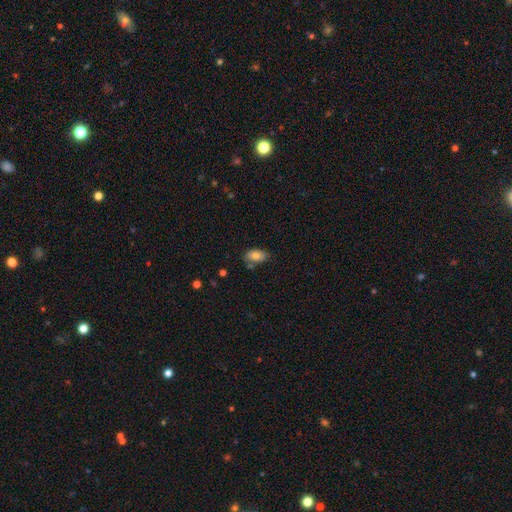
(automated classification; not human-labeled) smooth-or-featured: smooth: 78% | featured or disk: 14% | star or artifact: 8%
  how-rounded: in between: 91% | round: 7% | cigar-shaped: 2%
  merging: none: 68% | minor disturbance: 20% | merger: 8% | major disturbance: 4%